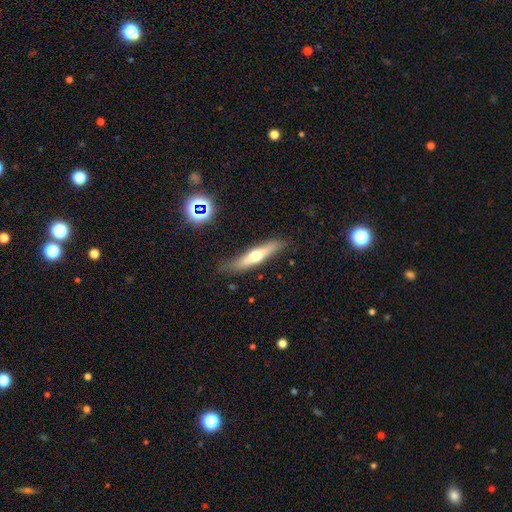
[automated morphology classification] This appears to be a featured or disk galaxy (50%) viewed edge-on (91%). Merging: none (81%).